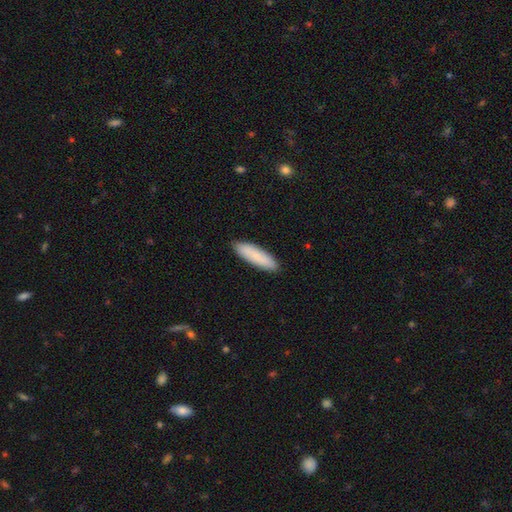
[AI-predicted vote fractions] smooth_or_featured: smooth (p=0.85) [alt: featured or disk p=0.10]
how_rounded: cigar-shaped (p=0.59) [alt: in between p=0.39]
merging: none (p=0.90) [alt: minor disturbance p=0.08]